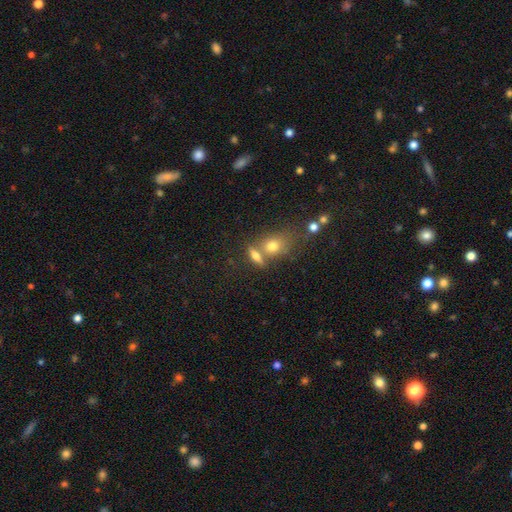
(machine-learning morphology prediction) Smooth or featured?
  - smooth: 66% *
  - featured or disk: 22%
  - star or artifact: 12%
How rounded?
  - in between: 55% *
  - cigar-shaped: 25%
  - round: 20%
Merging?
  - none: 51% *
  - merger: 34%
  - minor disturbance: 10%
  - major disturbance: 5%